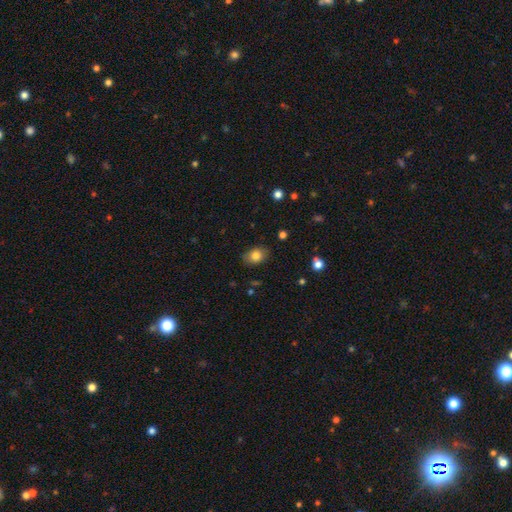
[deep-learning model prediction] The model was most divided on "how rounded": in between: 73%, round: 26%, cigar-shaped: 1%. More confident: merging — none (84%); smooth or featured — smooth (81%).